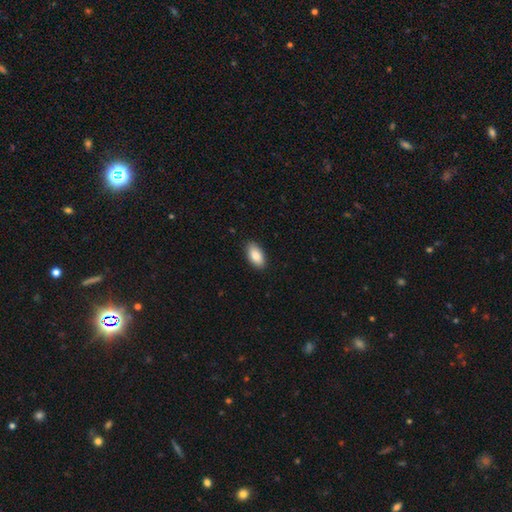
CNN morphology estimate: A smooth galaxy with no disk features (87%) that is in between round and cigar-shaped (93%).

Vote fractions:
- Smooth or featured? smooth: 87% / featured or disk: 7% / star or artifact: 6%
- How rounded? in between: 93% / cigar-shaped: 5% / round: 3%
- Merging? none: 88% / minor disturbance: 9% / major disturbance: 2% / merger: 1%